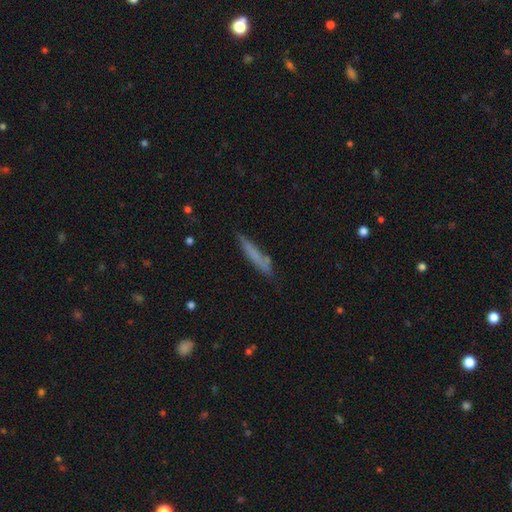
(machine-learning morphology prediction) Smooth or featured: smooth — 63% (featured or disk — 28%)
How rounded: cigar-shaped — 93% (in between — 6%)
Merging: none — 73% (minor disturbance — 19%)